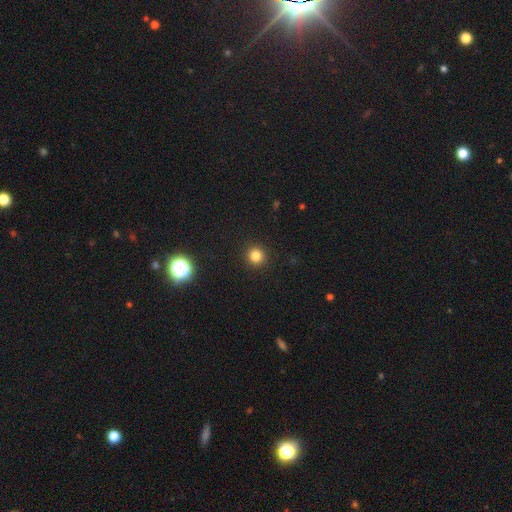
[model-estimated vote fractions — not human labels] A smooth galaxy with no disk features (81%) that is round (95%).

Vote fractions:
- Smooth or featured? smooth: 81% / star or artifact: 14% / featured or disk: 5%
- How rounded? round: 95% / in between: 4% / cigar-shaped: 1%
- Merging? none: 93% / minor disturbance: 4% / major disturbance: 2% / merger: 1%